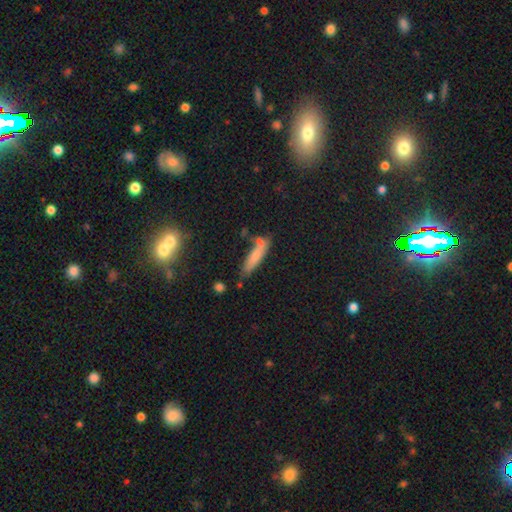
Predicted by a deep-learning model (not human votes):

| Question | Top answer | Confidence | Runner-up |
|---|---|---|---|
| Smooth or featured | smooth | 71% | featured or disk (19%) |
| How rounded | cigar-shaped | 76% | in between (22%) |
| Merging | none | 56% | minor disturbance (21%) |